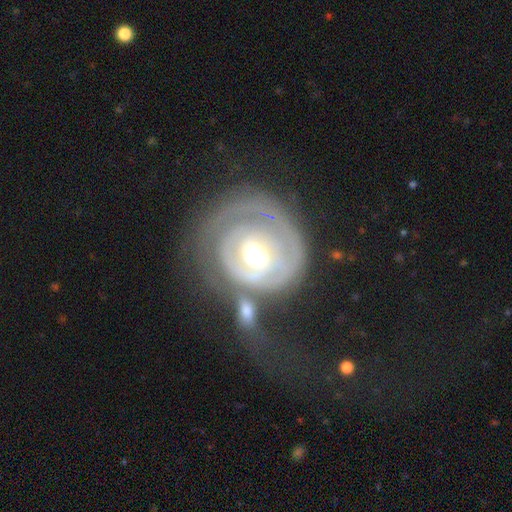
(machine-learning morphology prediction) This is clearly a featured or disk galaxy (81%). It is clearly not viewed edge-on (97%). Bar: possibly no (55%). Spiral arm pattern: clearly yes (81%). Spiral arm count: marginally 1 (34%). Spiral winding: likely tight (74%). Central bulge: likely moderate (68%). Merging: marginally none (37%).